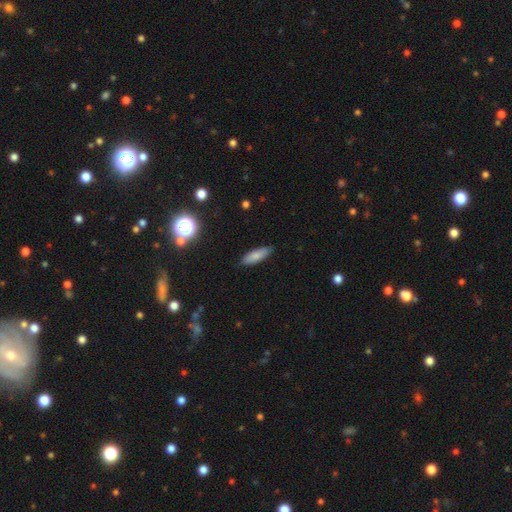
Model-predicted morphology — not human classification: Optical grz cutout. It shows a smooth galaxy with no disk features (80%) that is in between round and cigar-shaped (52%). Merging: none (85%).